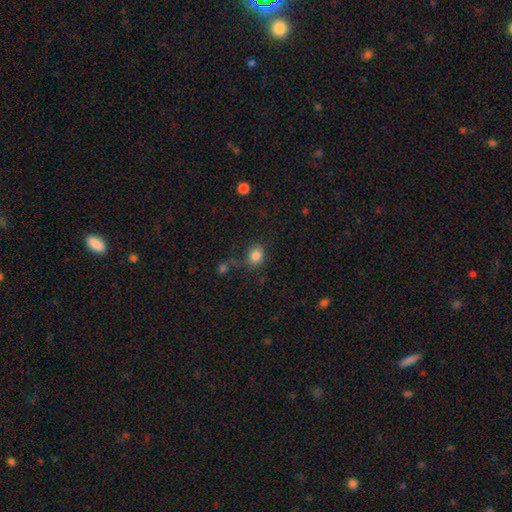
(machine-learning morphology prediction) smooth_or_featured: smooth (p=0.84) [alt: star or artifact p=0.11]
how_rounded: round (p=0.65) [alt: in between p=0.34]
merging: none (p=0.70) [alt: minor disturbance p=0.16]